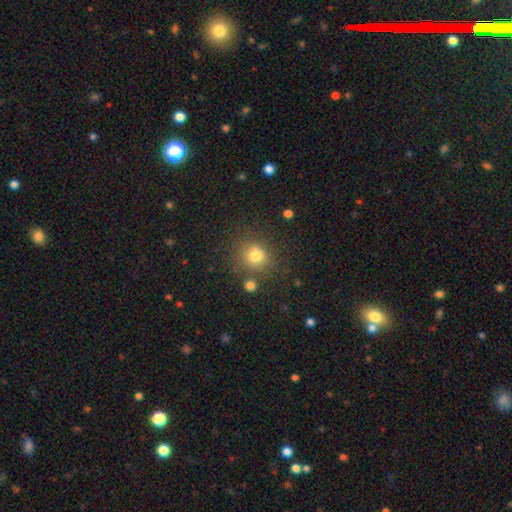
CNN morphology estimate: smooth_or_featured: smooth (p=0.74) [alt: star or artifact p=0.16]
how_rounded: round (p=0.78) [alt: in between p=0.21]
merging: none (p=0.65) [alt: merger p=0.17]